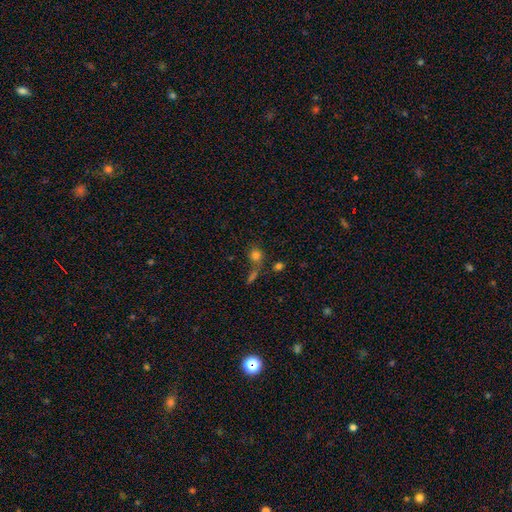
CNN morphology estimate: This is likely a smooth galaxy (77%). How rounded: likely round (72%). Merging: possibly none (57%).